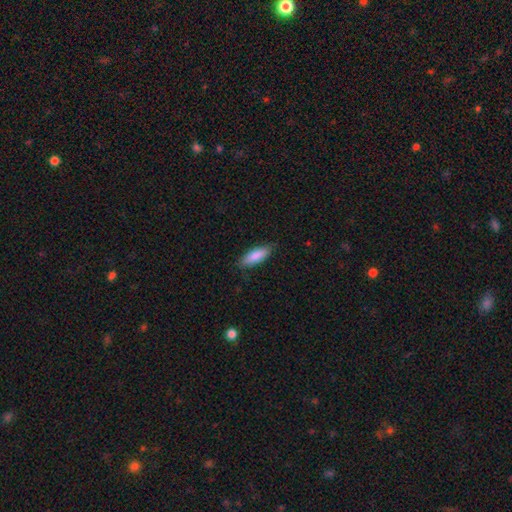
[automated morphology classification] Overall: smooth (87%). How rounded: in between (61%; cigar-shaped 38%). Merging: none (84%).